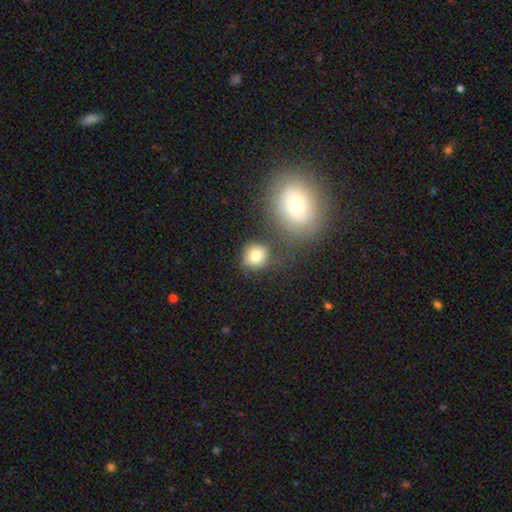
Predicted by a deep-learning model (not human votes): Overall: smooth (79%). How rounded: round (78%). Merging: none (67%).